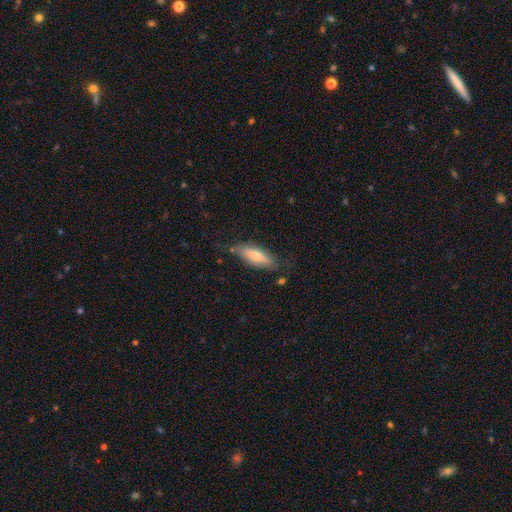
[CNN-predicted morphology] Smooth or featured?
  - smooth: 62% *
  - featured or disk: 31%
  - star or artifact: 6%
How rounded?
  - in between: 54% *
  - cigar-shaped: 43%
  - round: 2%
Merging?
  - none: 71% *
  - minor disturbance: 21%
  - major disturbance: 5%
  - merger: 2%